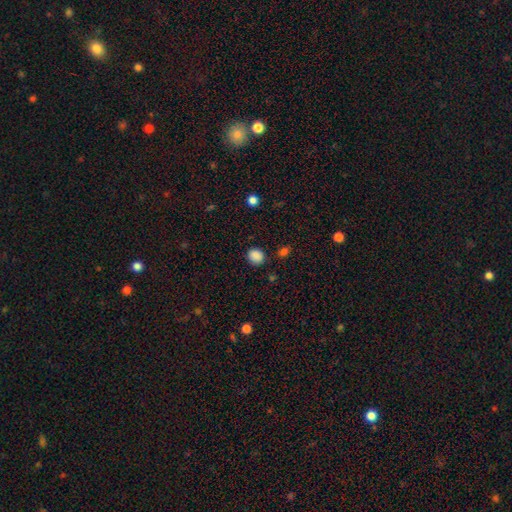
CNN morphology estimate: Smooth or featured? smooth (87%)
How rounded? round (70%)
Merging? none (83%)